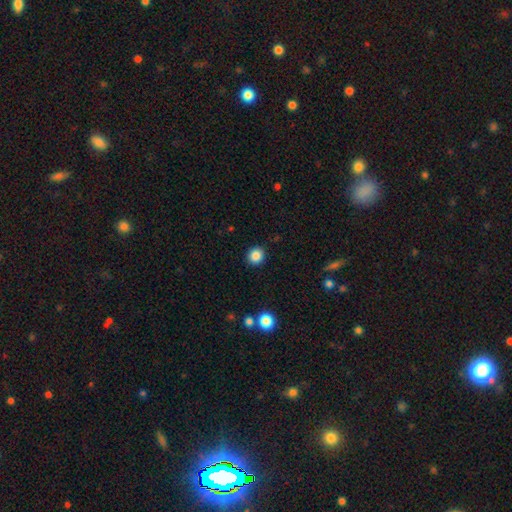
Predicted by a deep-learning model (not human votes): This is clearly a smooth galaxy (86%). How rounded: clearly round (87%). Merging: clearly none (91%).